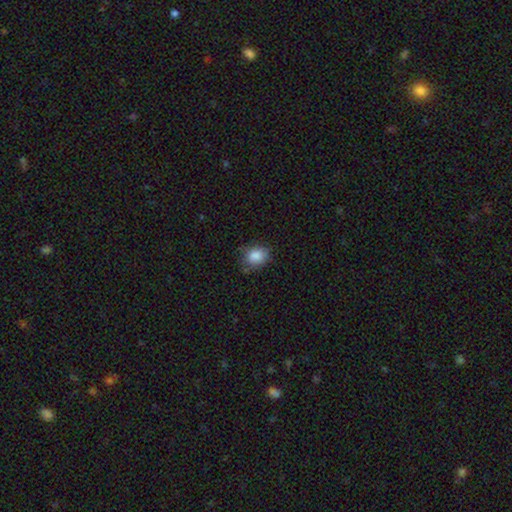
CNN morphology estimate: A smooth galaxy with no disk features (87%) that is round (50%). Merging: none (74%).